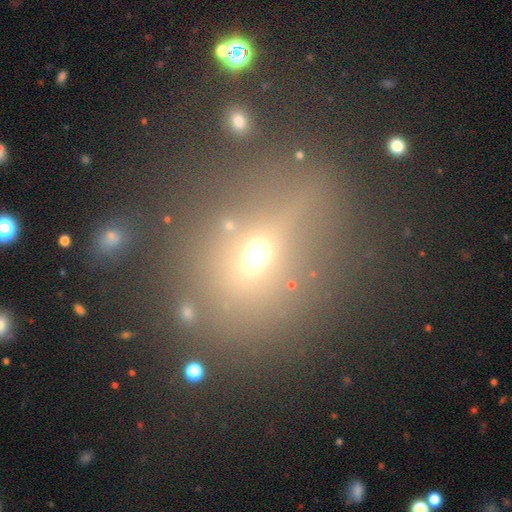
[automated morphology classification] Smooth or featured? Predicted: smooth (p=0.48). Merging? Predicted: none (p=0.67).